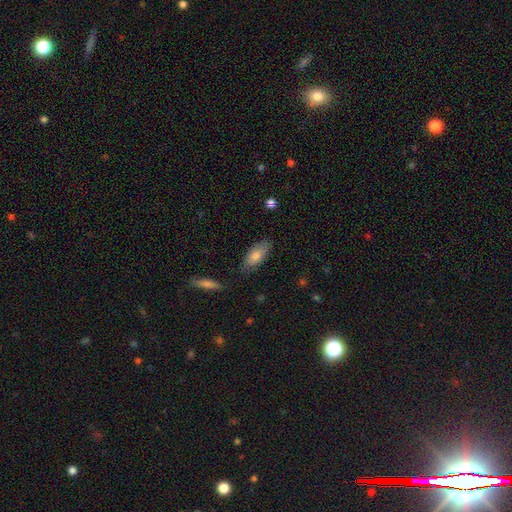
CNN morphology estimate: Smooth or featured?
  - smooth: 77% *
  - featured or disk: 16%
  - star or artifact: 7%
How rounded?
  - in between: 84% *
  - cigar-shaped: 14%
  - round: 2%
Merging?
  - none: 78% *
  - minor disturbance: 16%
  - major disturbance: 3%
  - merger: 2%